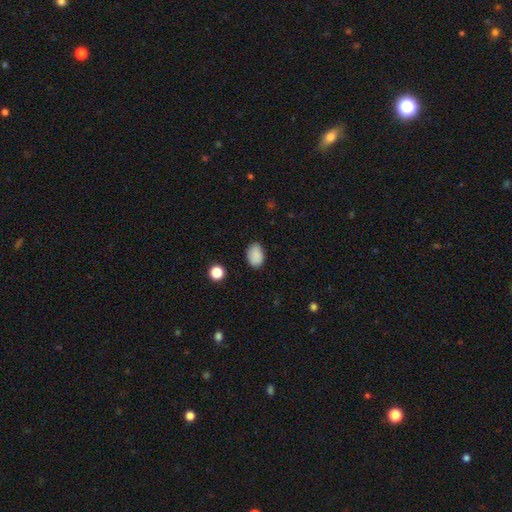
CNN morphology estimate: smooth-or-featured: smooth: 88% | star or artifact: 9% | featured or disk: 3%
  how-rounded: in between: 84% | round: 15% | cigar-shaped: 1%
  merging: none: 82% | minor disturbance: 14% | major disturbance: 3% | merger: 1%